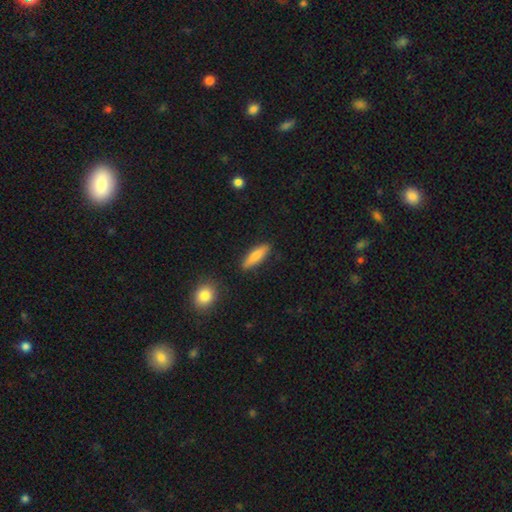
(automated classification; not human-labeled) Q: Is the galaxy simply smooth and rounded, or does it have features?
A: smooth — 79%.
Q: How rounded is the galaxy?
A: cigar-shaped — 64%.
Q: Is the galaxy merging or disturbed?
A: none — 86%.